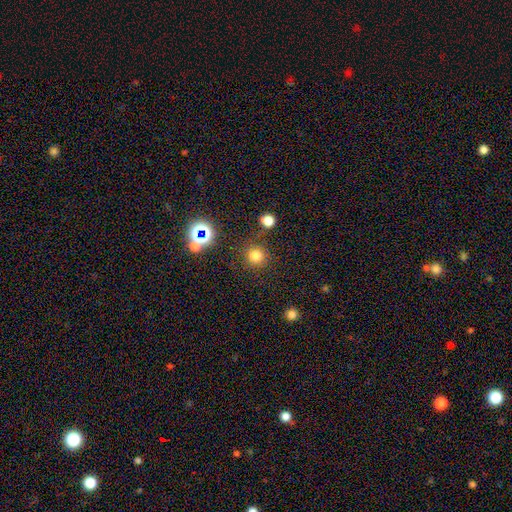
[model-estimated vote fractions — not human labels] A smooth galaxy with no disk features (74%) that is round (94%). Merging: none (84%).